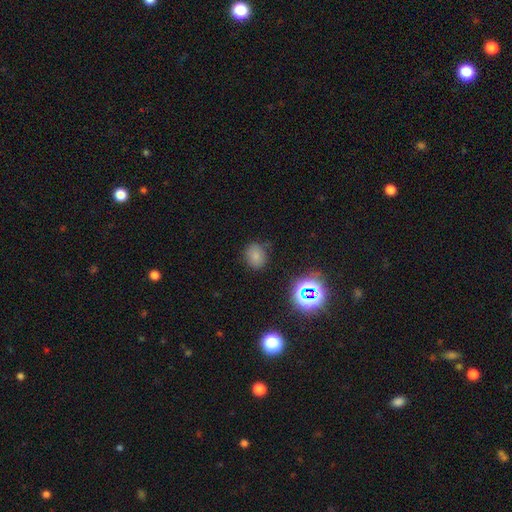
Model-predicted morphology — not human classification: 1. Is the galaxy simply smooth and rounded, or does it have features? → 72% smooth, 20% star or artifact, 7% featured or disk.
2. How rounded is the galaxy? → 52% round, 47% in between, 1% cigar-shaped.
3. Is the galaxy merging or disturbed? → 77% none, 16% minor disturbance, 5% major disturbance, 2% merger.